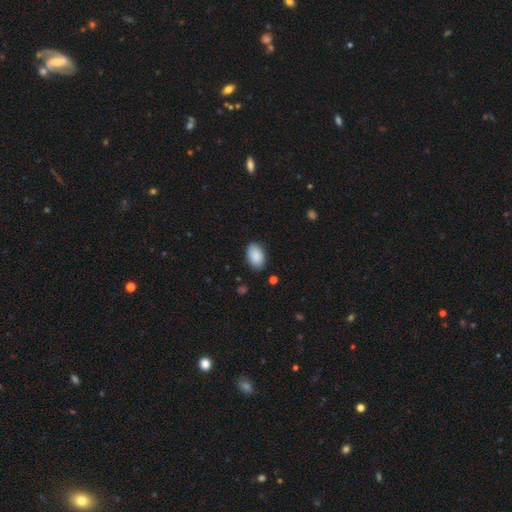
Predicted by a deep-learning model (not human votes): Q: Smooth or featured?
A: smooth (89%); runner-up: star or artifact (6%)
Q: How rounded?
A: in between (92%); runner-up: round (7%)
Q: Merging?
A: none (84%); runner-up: minor disturbance (12%)